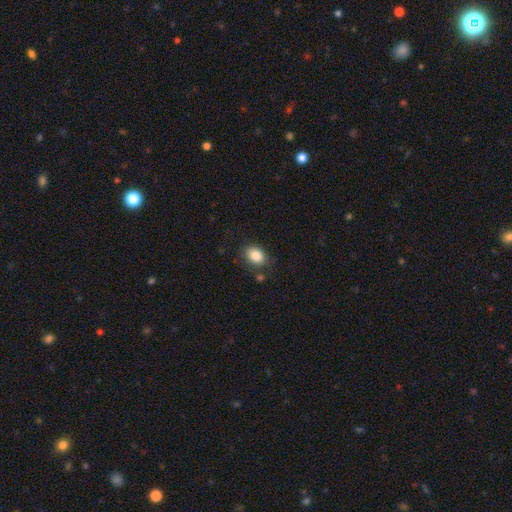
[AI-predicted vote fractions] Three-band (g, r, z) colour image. It shows a smooth galaxy with no disk features (85%) that is in between round and cigar-shaped (75%). Merging: none (76%).